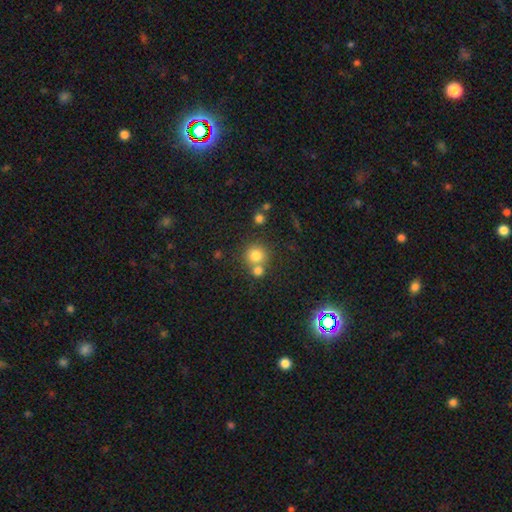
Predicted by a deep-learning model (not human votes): Q: Smooth or featured?
A: smooth (78%); runner-up: star or artifact (13%)
Q: How rounded?
A: round (89%); runner-up: in between (10%)
Q: Merging?
A: none (56%); runner-up: merger (33%)